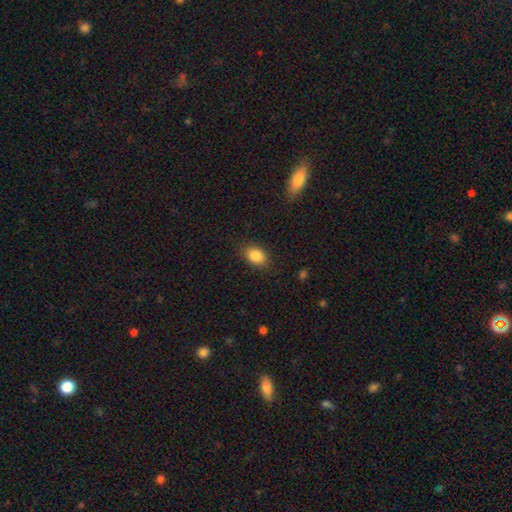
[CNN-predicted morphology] Smooth or featured? smooth (86%)
How rounded? in between (74%)
Merging? none (85%)